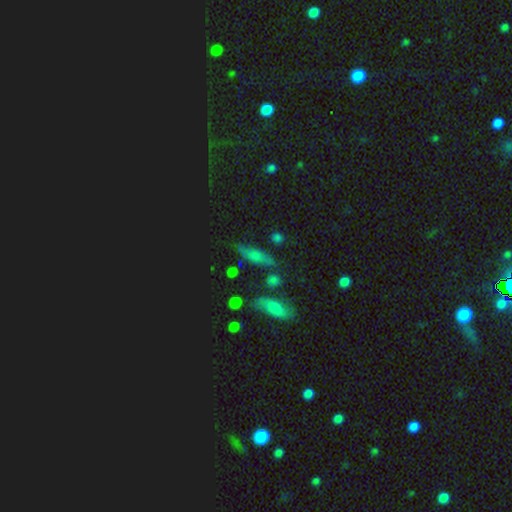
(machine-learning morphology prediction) type=smooth (53%); roundness=cigar-shaped (57%); merging=none (70%).